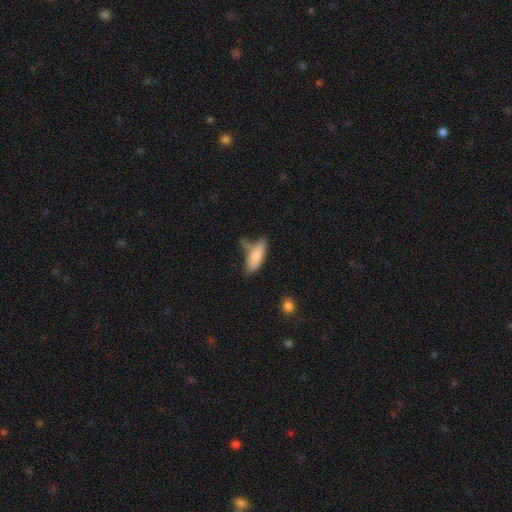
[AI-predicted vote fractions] smooth 82%, featured or disk 11%, star or artifact 7%. Down the decision tree: how rounded — in between (66%); merging — none (44%).